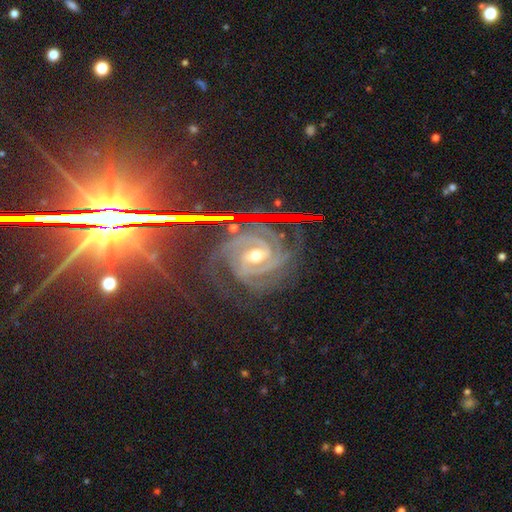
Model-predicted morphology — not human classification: Smooth or featured?
  - featured or disk: 84% *
  - star or artifact: 11%
  - smooth: 5%
Edge-on disk?
  - no: 97% *
  - yes: 3%
Bar?
  - weak: 39% *
  - strong: 34%
  - no: 27%
Spiral arms?
  - yes: 98% *
  - no: 2%
Spiral winding?
  - tight: 72% *
  - medium: 25%
  - loose: 4%
Spiral arm count?
  - 3: 33% *
  - 2: 27%
  - 4: 14%
  - can't tell: 12%
  - more than 4: 7%
  - 1: 7%
Bulge size?
  - moderate: 63% *
  - small: 32%
  - large: 3%
  - none: 1%
  - dominant: 1%
Merging?
  - none: 72% *
  - minor disturbance: 16%
  - major disturbance: 9%
  - merger: 2%